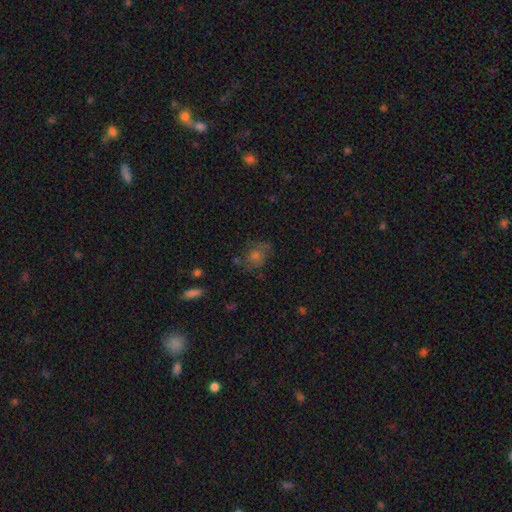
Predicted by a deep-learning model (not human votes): Smooth or featured?
  - smooth: 56% *
  - featured or disk: 22%
  - star or artifact: 22%
How rounded?
  - in between: 52% *
  - round: 46%
  - cigar-shaped: 2%
Merging?
  - none: 63% *
  - minor disturbance: 23%
  - major disturbance: 11%
  - merger: 4%